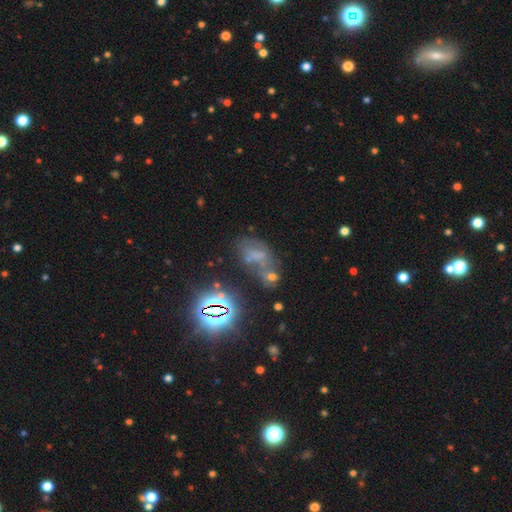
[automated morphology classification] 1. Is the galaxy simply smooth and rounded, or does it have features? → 39% smooth, 34% star or artifact, 26% featured or disk.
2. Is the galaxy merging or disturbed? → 39% merger, 28% none, 17% major disturbance, 16% minor disturbance.